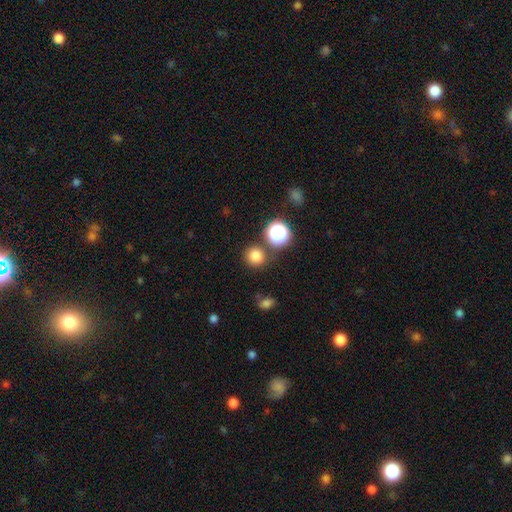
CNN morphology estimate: The model was most divided on "smooth or featured": smooth: 78%, star or artifact: 16%, featured or disk: 5%. More confident: how rounded — round (92%); merging — none (81%).